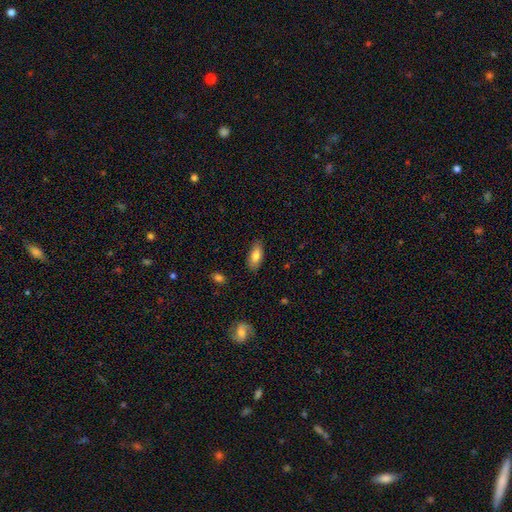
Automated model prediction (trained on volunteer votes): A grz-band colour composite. It shows a smooth galaxy with no disk features (80%) that is in between round and cigar-shaped (84%). Merging: none (85%).